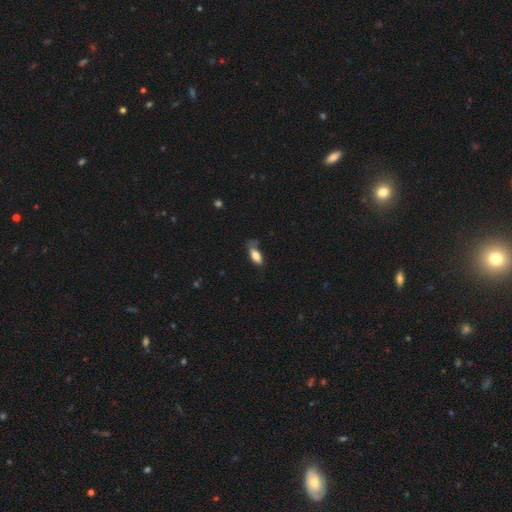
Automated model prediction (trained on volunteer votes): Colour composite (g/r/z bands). It shows a smooth galaxy with no disk features (80%) that is in between round and cigar-shaped (81%). Merging: none (51%).